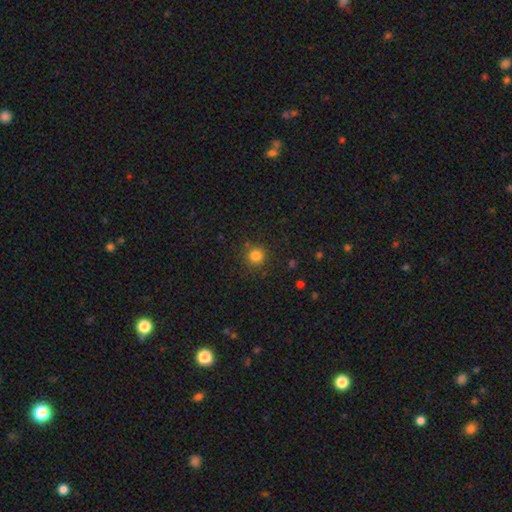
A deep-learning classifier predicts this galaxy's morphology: Smooth or featured: smooth — 81% (star or artifact — 14%)
How rounded: round — 93% (in between — 6%)
Merging: none — 86% (minor disturbance — 9%)